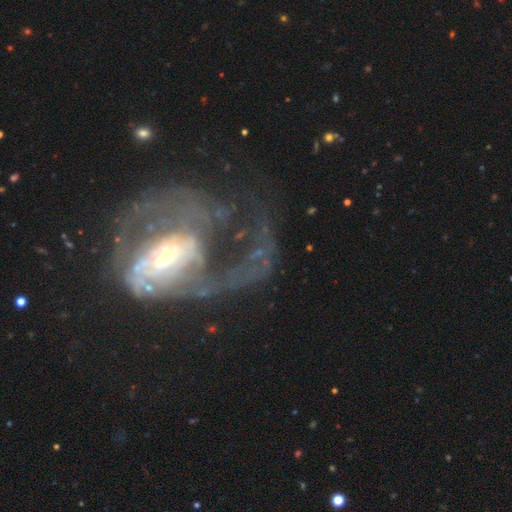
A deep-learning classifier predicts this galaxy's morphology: Smooth or featured?
  - featured or disk: 79% *
  - smooth: 12%
  - star or artifact: 9%
Edge-on disk?
  - no: 96% *
  - yes: 4%
Bar?
  - no: 53% *
  - weak: 32%
  - strong: 15%
Spiral arms?
  - yes: 73% *
  - no: 27%
Spiral winding?
  - loose: 39% *
  - medium: 38%
  - tight: 23%
Spiral arm count?
  - 2: 36% *
  - can't tell: 26%
  - 1: 24%
  - 3: 6%
  - 4: 4%
  - more than 4: 4%
Bulge size?
  - small: 55% *
  - moderate: 34%
  - large: 6%
  - none: 3%
  - dominant: 2%
Merging?
  - major disturbance: 57% *
  - none: 25%
  - minor disturbance: 11%
  - merger: 6%